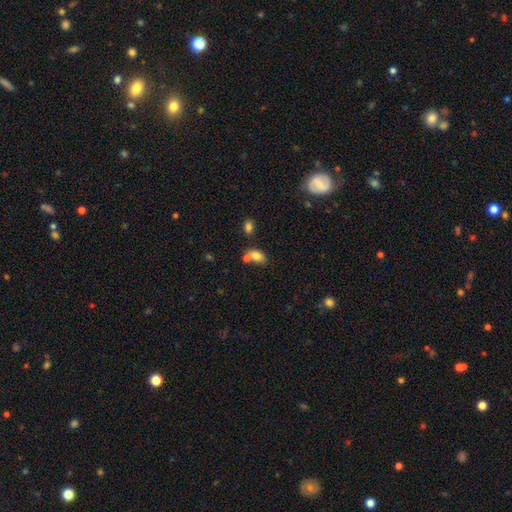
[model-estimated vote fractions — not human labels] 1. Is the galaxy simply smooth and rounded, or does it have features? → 80% smooth, 10% featured or disk, 10% star or artifact.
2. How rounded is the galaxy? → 87% in between, 11% round, 2% cigar-shaped.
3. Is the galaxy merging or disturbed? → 47% none, 34% merger, 14% minor disturbance, 5% major disturbance.